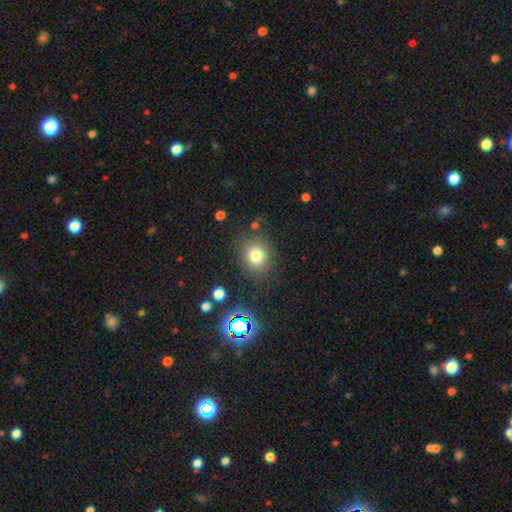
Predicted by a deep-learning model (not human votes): Smooth or featured? smooth (78%)
How rounded? round (72%)
Merging? none (82%)